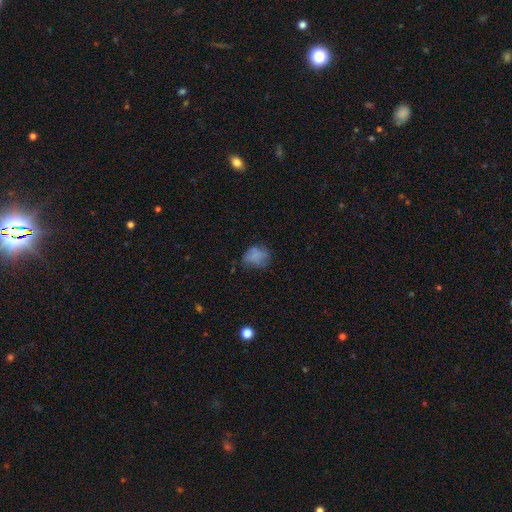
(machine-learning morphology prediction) Q: Smooth or featured?
A: smooth (63%); runner-up: featured or disk (23%)
Q: How rounded?
A: in between (56%); runner-up: round (43%)
Q: Merging?
A: none (48%); runner-up: minor disturbance (29%)